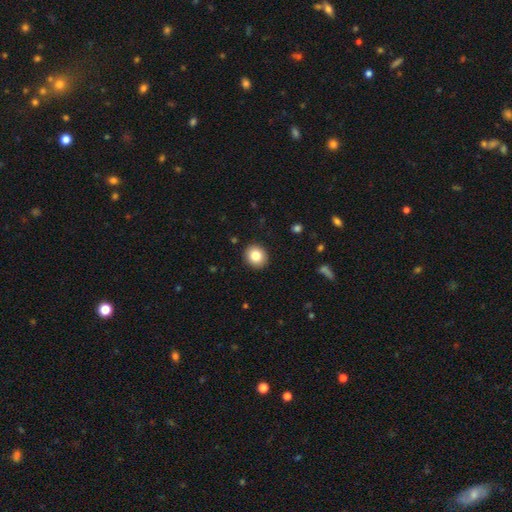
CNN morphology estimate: This is clearly a smooth galaxy (84%). How rounded: clearly round (81%). Merging: clearly none (91%).